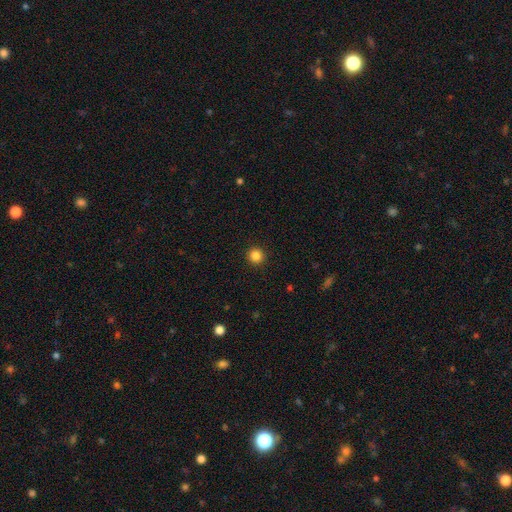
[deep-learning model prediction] This appears to be a smooth galaxy with no disk features (85%) that is round (95%). Merging: none (93%).